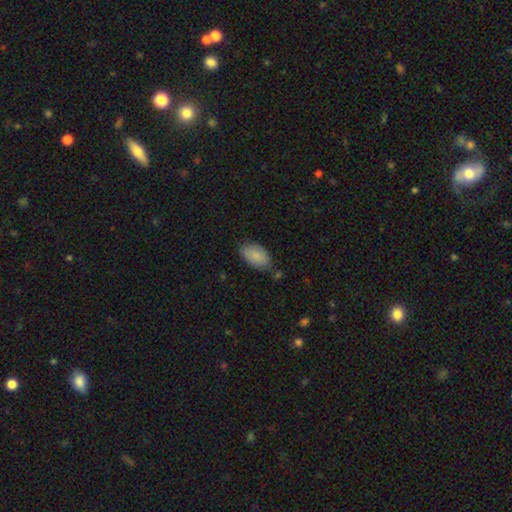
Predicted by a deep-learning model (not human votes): A smooth galaxy with no disk features (85%) that is in between round and cigar-shaped (94%). Merging: none (70%).